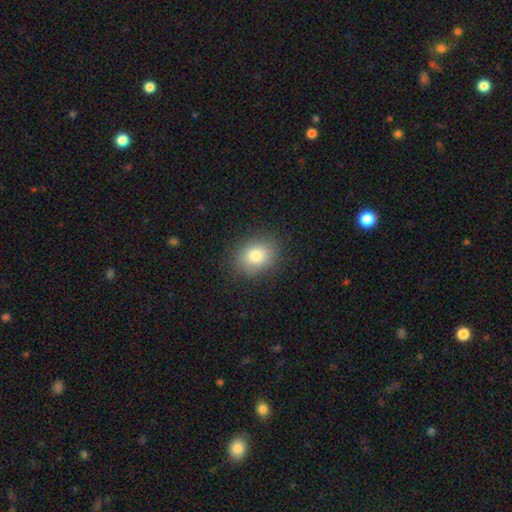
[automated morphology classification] Smooth or featured? smooth (81%)
How rounded? in between (55%)
Merging? none (86%)